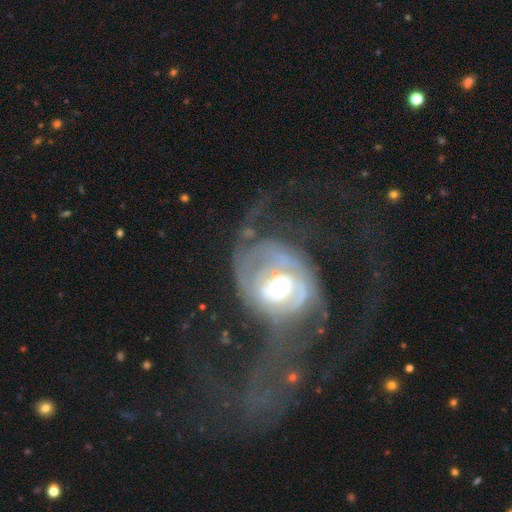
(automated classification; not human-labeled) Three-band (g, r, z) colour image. It shows a featured or disk galaxy (79%) with no bar (65%), 2 (43%) loose (37%) spiral arms (69%) and a moderate central bulge (67%). Merging: major disturbance (61%).